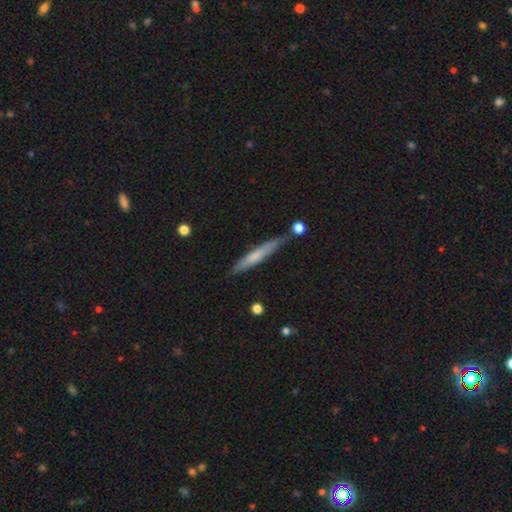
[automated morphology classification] Q: Smooth or featured?
A: smooth (58%); runner-up: featured or disk (36%)
Q: How rounded?
A: cigar-shaped (94%); runner-up: in between (5%)
Q: Merging?
A: none (76%); runner-up: minor disturbance (16%)